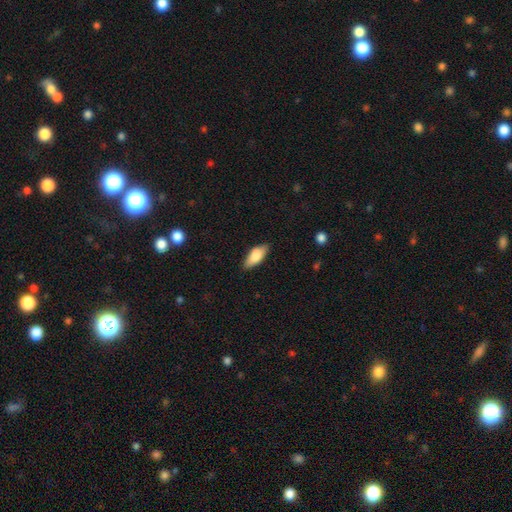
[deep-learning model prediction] smooth 81%, featured or disk 13%, star or artifact 6%. Down the decision tree: how rounded — in between (79%); merging — none (83%).